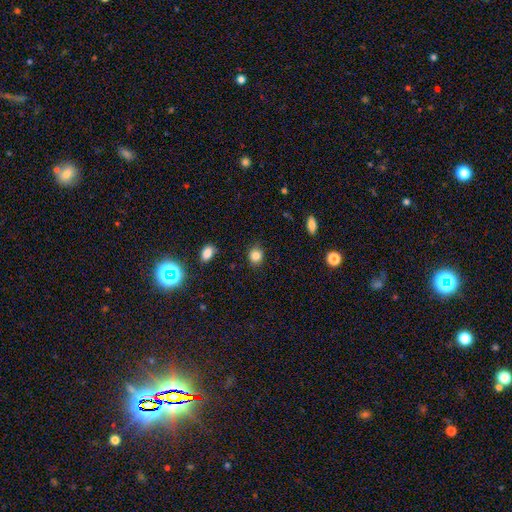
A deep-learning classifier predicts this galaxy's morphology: smooth_or_featured: smooth (p=0.84) [alt: star or artifact p=0.11]
how_rounded: round (p=0.78) [alt: in between p=0.20]
merging: none (p=0.86) [alt: minor disturbance p=0.10]